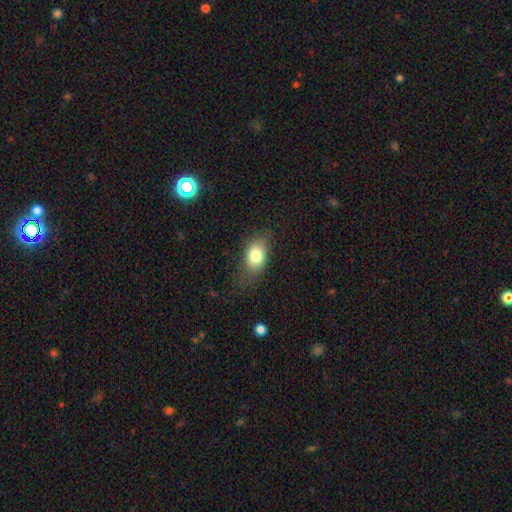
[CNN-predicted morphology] A smooth galaxy with no disk features (80%) that is in between round and cigar-shaped (79%). Merging: none (69%).